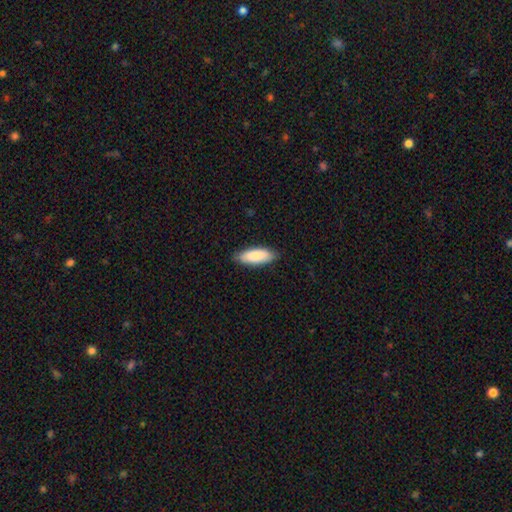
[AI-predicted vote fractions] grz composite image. It shows a smooth galaxy with no disk features (88%) that is in between round and cigar-shaped (69%). Merging: none (84%).